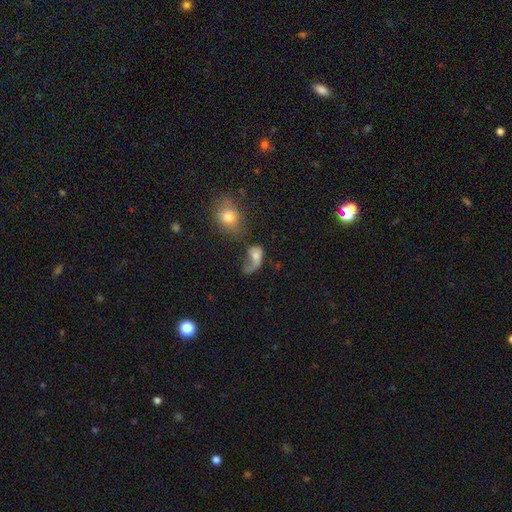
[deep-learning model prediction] Smooth or featured? smooth (52%)
How rounded? in between (72%)
Merging? major disturbance (47%)